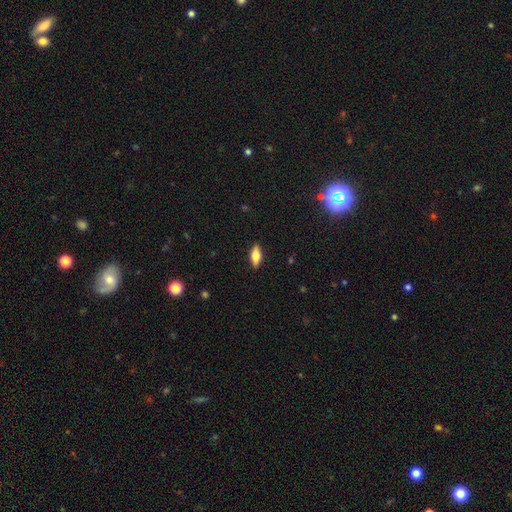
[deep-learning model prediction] Q: Smooth or featured?
A: smooth (61%); runner-up: featured or disk (32%)
Q: How rounded?
A: in between (74%); runner-up: cigar-shaped (23%)
Q: Merging?
A: none (89%); runner-up: minor disturbance (9%)